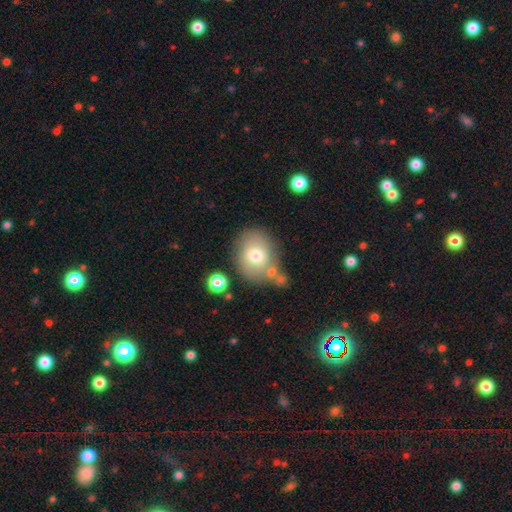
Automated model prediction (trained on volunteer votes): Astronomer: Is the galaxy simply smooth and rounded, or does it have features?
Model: smooth — 70%.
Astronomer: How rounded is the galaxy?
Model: round — 52% (runner-up: in between, 47%).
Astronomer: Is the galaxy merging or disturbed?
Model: none — 59%.